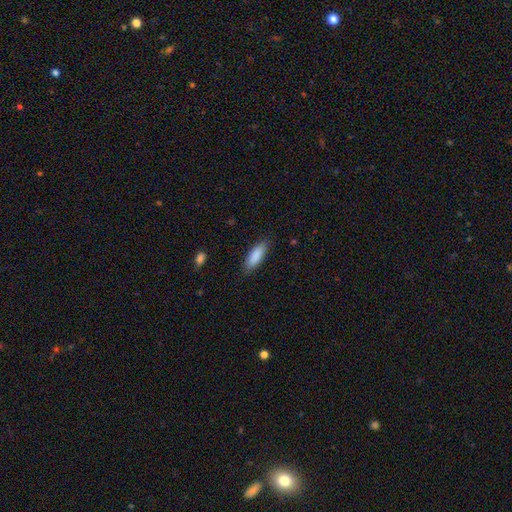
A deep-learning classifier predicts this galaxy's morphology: Smooth or featured: smooth — 88% (featured or disk — 6%)
How rounded: in between — 62% (cigar-shaped — 36%)
Merging: none — 84% (minor disturbance — 12%)